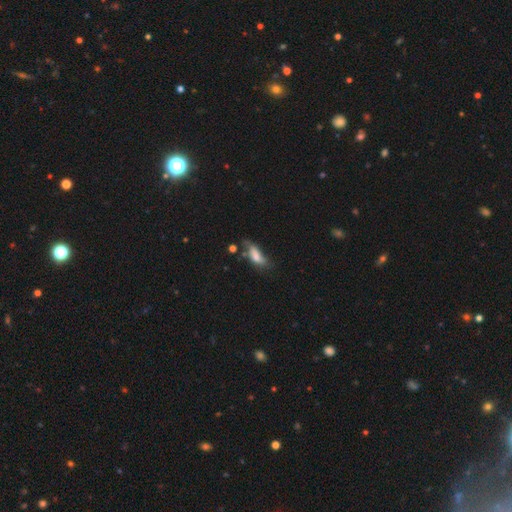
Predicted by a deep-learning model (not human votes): This appears to be a smooth galaxy with no disk features (64%) that is in between round and cigar-shaped (77%). Merging: none (35%).